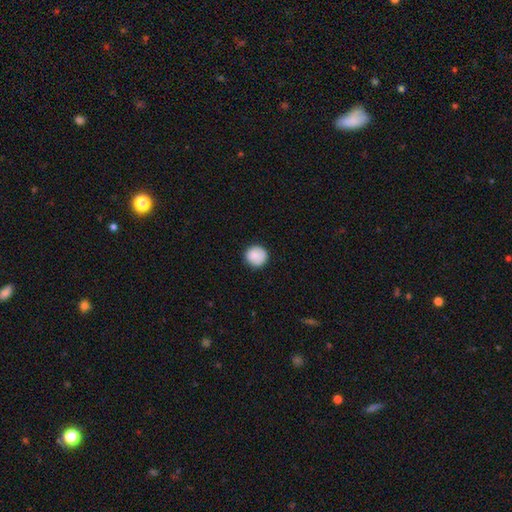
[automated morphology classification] Overall: smooth (85%). How rounded: round (94%). Merging: none (88%).